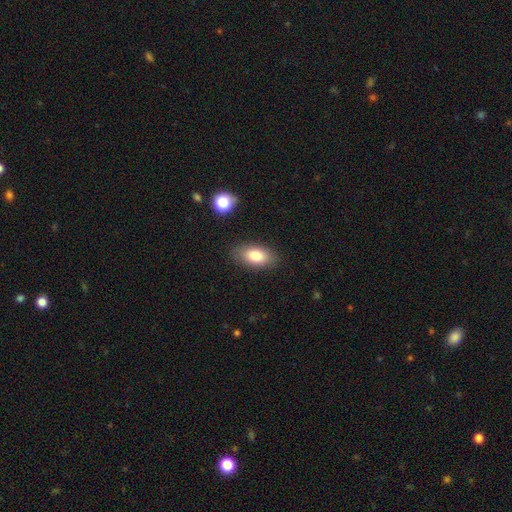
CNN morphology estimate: Smooth or featured? smooth (82%)
How rounded? in between (91%)
Merging? none (84%)